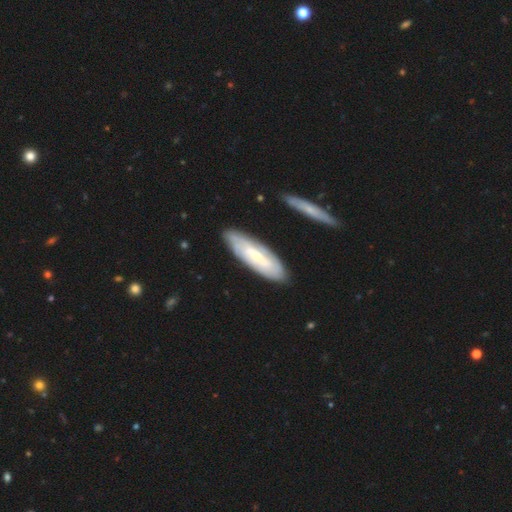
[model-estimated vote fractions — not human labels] A featured or disk galaxy (60%).

Vote fractions:
- Smooth or featured? featured or disk: 60% / smooth: 34% / star or artifact: 6%
- Edge-on disk? no: 77% / yes: 23%
- Merging? none: 82% / minor disturbance: 13% / major disturbance: 3% / merger: 2%